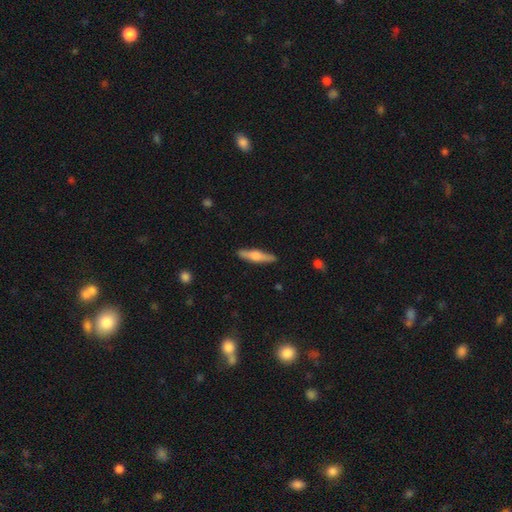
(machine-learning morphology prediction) The model was most divided on "smooth or featured": smooth: 50%, featured or disk: 45%, star or artifact: 6%. More confident: merging — none (89%).